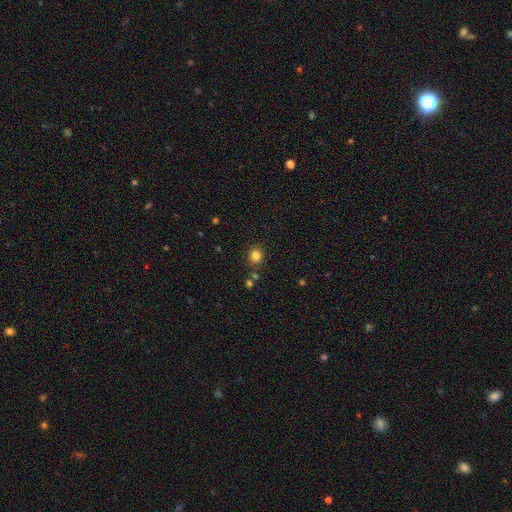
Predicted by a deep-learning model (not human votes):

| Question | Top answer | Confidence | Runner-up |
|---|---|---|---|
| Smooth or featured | smooth | 82% | star or artifact (13%) |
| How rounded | round | 88% | in between (11%) |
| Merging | none | 85% | minor disturbance (8%) |